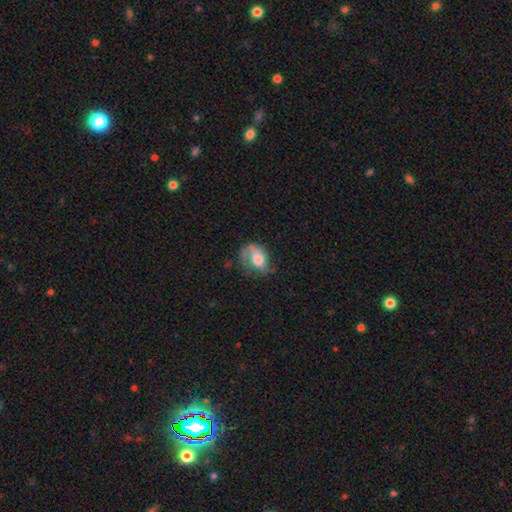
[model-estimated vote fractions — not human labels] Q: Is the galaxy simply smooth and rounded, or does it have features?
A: featured or disk — 57%.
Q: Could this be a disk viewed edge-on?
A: no — 96%.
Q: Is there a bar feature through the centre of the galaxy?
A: no — 63%.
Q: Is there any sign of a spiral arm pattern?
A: yes — 83%.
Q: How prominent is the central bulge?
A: moderate — 44%.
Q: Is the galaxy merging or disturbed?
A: none — 43%.